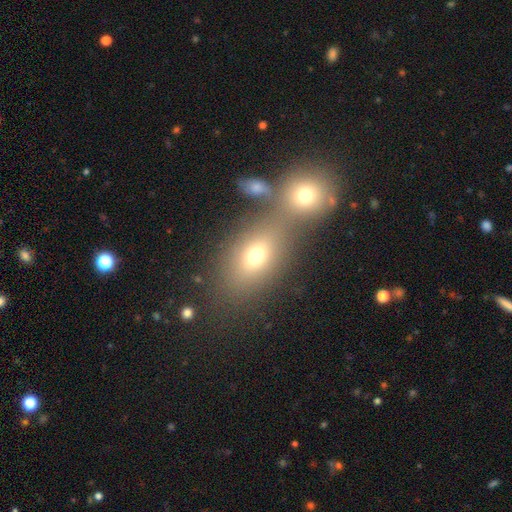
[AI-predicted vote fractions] This appears to be a smooth galaxy with no disk features (68%) that is in between round and cigar-shaped (72%). Merging: merger (44%).